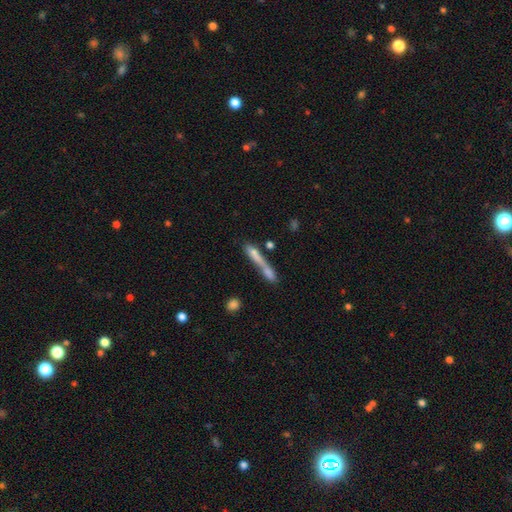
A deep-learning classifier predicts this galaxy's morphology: Overall: smooth (65%; featured or disk 25%). How rounded: cigar-shaped (78%). Merging: merger (49%; none 28%).